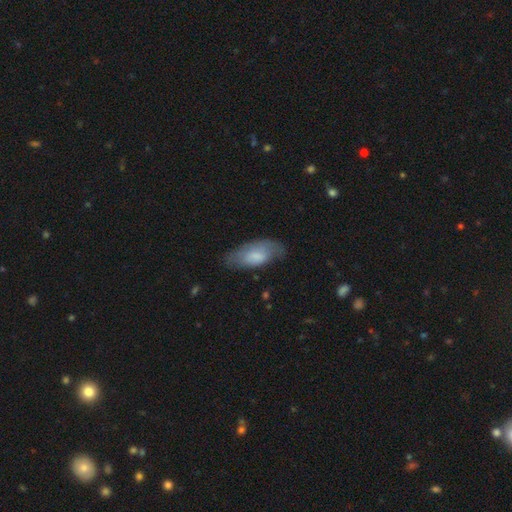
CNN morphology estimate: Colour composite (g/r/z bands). It shows a smooth galaxy with no disk features (69%) that is in between round and cigar-shaped (87%). Merging: none (63%).